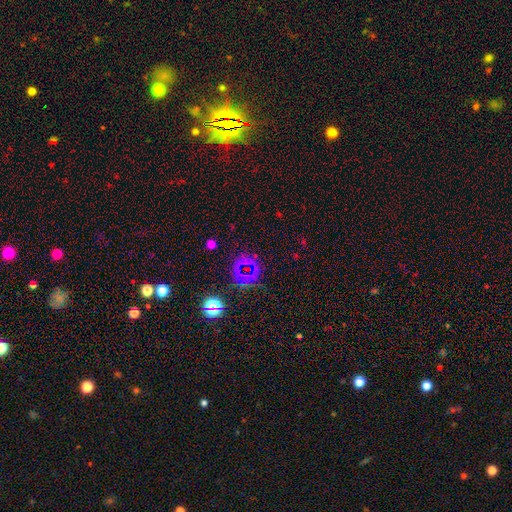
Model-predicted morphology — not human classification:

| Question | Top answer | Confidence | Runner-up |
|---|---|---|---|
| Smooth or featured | star or artifact | 66% | smooth (23%) |